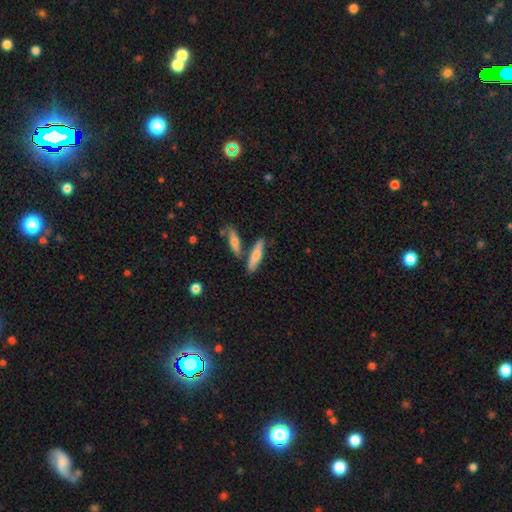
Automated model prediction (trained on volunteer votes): Smooth or featured: smooth — 65% (featured or disk — 28%)
How rounded: cigar-shaped — 73% (in between — 24%)
Merging: none — 65% (merger — 20%)